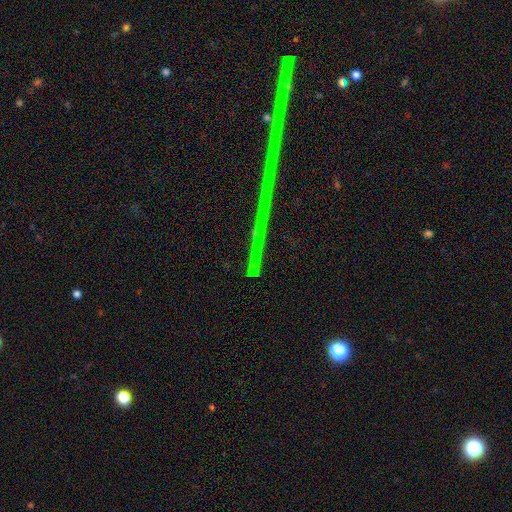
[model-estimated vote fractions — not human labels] Smooth or featured? star or artifact (77%)